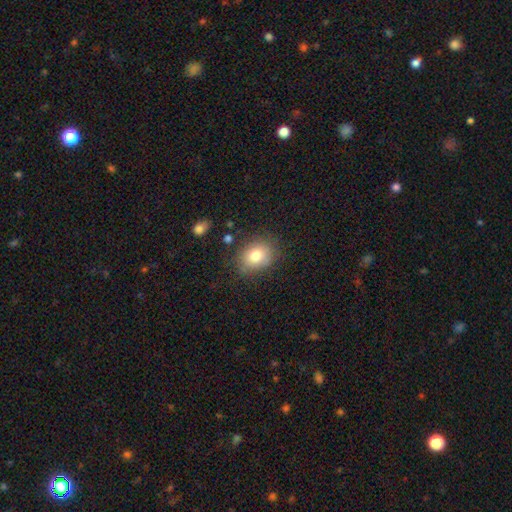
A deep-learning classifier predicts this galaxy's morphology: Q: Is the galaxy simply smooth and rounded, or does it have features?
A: smooth — 80%.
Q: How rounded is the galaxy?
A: in between — 61%.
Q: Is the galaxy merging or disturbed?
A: none — 78%.